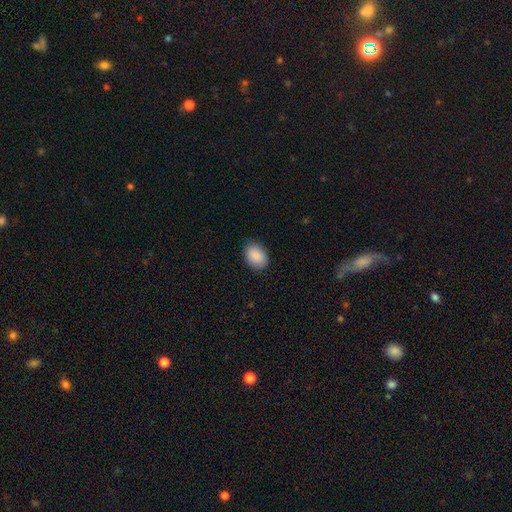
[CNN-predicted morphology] Q: Smooth or featured?
A: smooth (90%); runner-up: star or artifact (6%)
Q: How rounded?
A: in between (80%); runner-up: round (19%)
Q: Merging?
A: none (85%); runner-up: minor disturbance (12%)